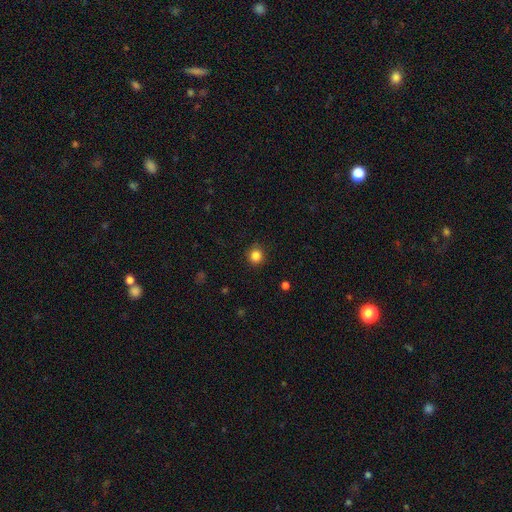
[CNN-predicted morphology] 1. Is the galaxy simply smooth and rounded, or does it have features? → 85% smooth, 11% star or artifact, 4% featured or disk.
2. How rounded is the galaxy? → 91% round, 8% in between, 1% cigar-shaped.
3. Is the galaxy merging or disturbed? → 90% none, 7% minor disturbance, 2% major disturbance, 1% merger.